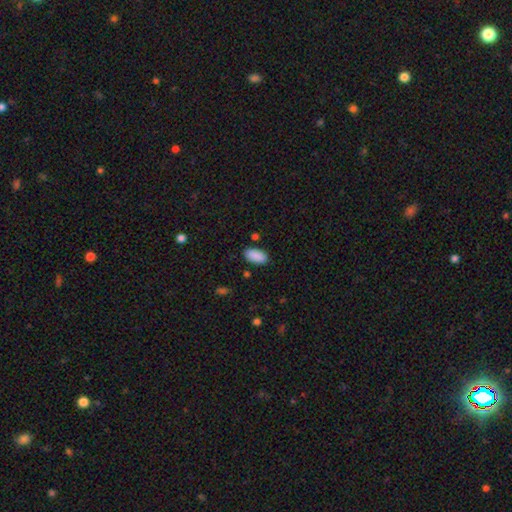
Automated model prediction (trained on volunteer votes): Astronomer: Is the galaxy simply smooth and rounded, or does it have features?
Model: smooth — 90%.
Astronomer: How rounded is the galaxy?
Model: in between — 94%.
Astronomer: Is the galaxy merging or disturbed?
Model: none — 87%.